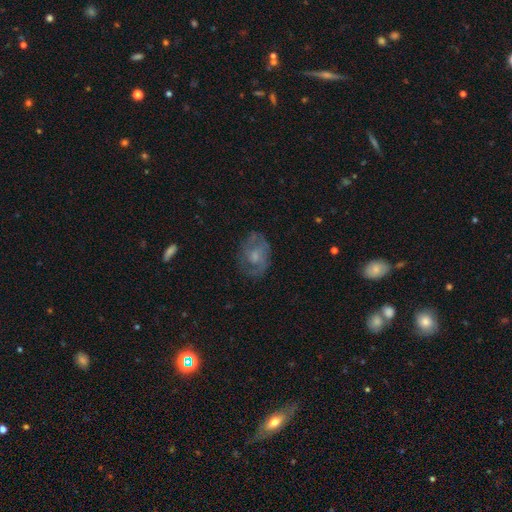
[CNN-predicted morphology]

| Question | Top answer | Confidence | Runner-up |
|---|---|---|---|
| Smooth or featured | featured or disk | 61% | smooth (31%) |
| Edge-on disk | no | 97% | yes (3%) |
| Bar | no | 62% | weak (33%) |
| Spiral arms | yes | 71% | no (29%) |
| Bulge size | moderate | 37% | small (36%) |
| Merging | none | 66% | minor disturbance (20%) |